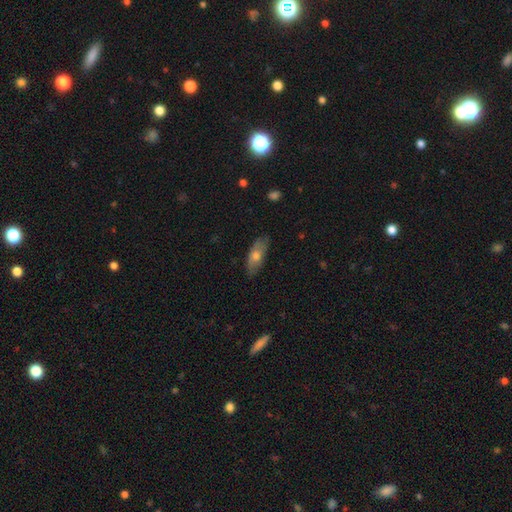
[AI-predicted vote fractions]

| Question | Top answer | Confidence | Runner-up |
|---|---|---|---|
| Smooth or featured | smooth | 61% | featured or disk (32%) |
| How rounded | in between | 70% | cigar-shaped (27%) |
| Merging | none | 82% | minor disturbance (14%) |